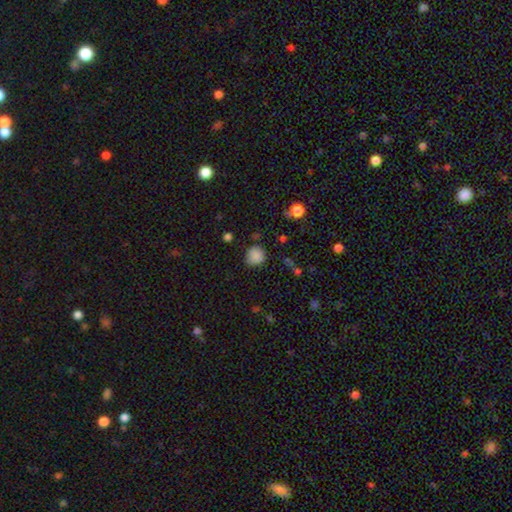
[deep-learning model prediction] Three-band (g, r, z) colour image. It shows a smooth galaxy with no disk features (85%) that is round (86%). Merging: none (74%).